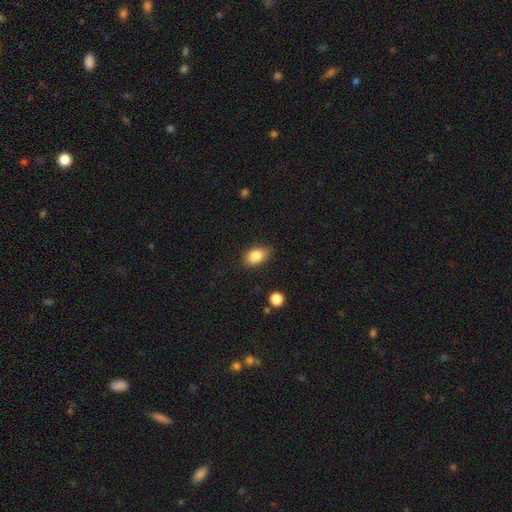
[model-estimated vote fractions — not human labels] This is clearly a smooth galaxy (85%). How rounded: clearly in between (85%). Merging: likely none (79%).